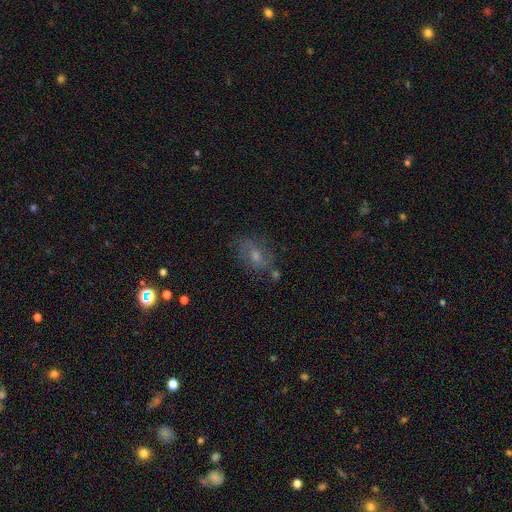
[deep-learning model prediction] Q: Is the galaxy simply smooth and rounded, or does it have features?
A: featured or disk — 42%.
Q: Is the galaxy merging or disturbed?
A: none — 64%.